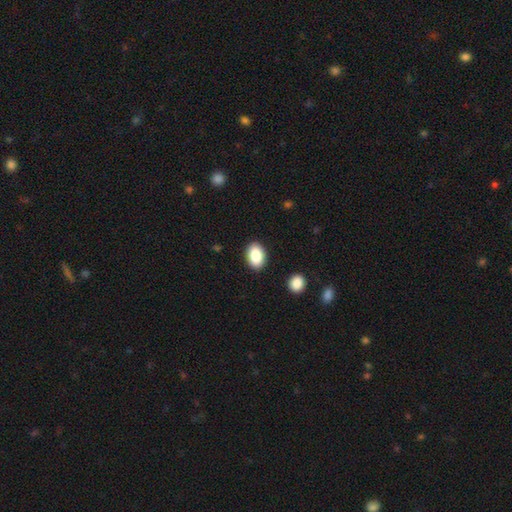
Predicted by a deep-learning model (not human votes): The model was most divided on "how rounded": in between: 89%, round: 10%, cigar-shaped: 1%. More confident: smooth or featured — smooth (89%); merging — none (88%).